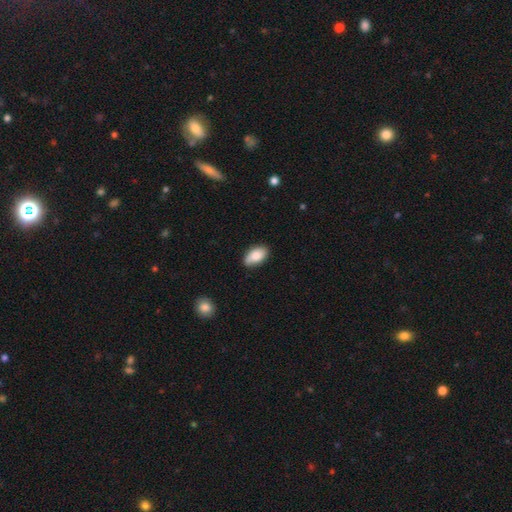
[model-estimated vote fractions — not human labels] smooth-or-featured: smooth: 82% | featured or disk: 11% | star or artifact: 7%
  how-rounded: in between: 93% | round: 4% | cigar-shaped: 2%
  merging: none: 77% | minor disturbance: 19% | major disturbance: 3% | merger: 2%